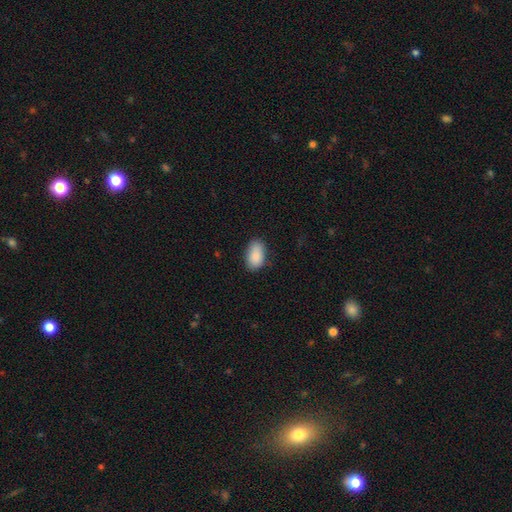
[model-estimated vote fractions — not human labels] smooth-or-featured: smooth: 89% | star or artifact: 7% | featured or disk: 5%
  how-rounded: in between: 93% | round: 6% | cigar-shaped: 2%
  merging: none: 77% | minor disturbance: 18% | major disturbance: 4% | merger: 1%